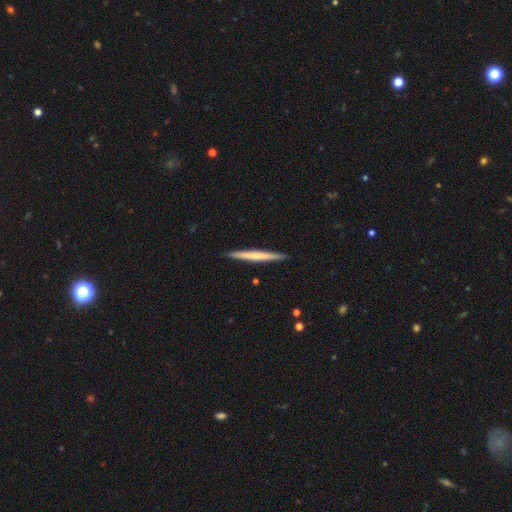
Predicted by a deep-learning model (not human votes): smooth 49%, featured or disk 46%, star or artifact 5%. Down the decision tree: merging — none (92%).